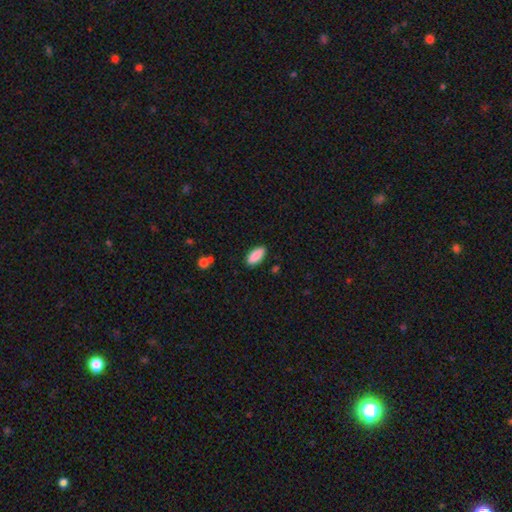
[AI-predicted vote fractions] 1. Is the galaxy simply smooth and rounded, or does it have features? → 89% smooth, 6% star or artifact, 4% featured or disk.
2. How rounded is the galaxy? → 87% in between, 11% cigar-shaped, 2% round.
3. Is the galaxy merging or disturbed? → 87% none, 10% minor disturbance, 2% major disturbance, 1% merger.